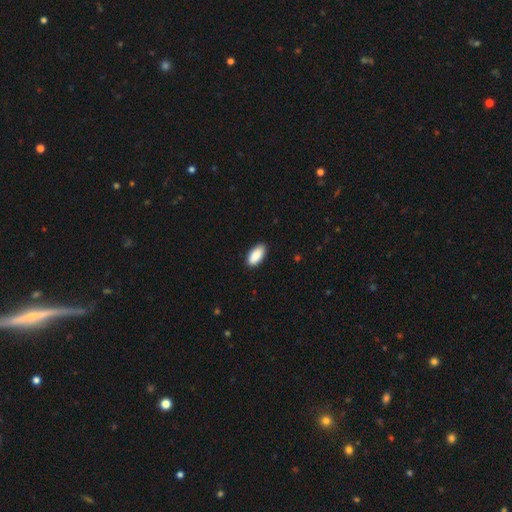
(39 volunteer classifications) Volunteers were most divided on "merging": none: 92%, minor disturbance: 8%, major disturbance: 0%, merger: 0%. More confident: smooth or featured — smooth (100%); how rounded — in between (92%).